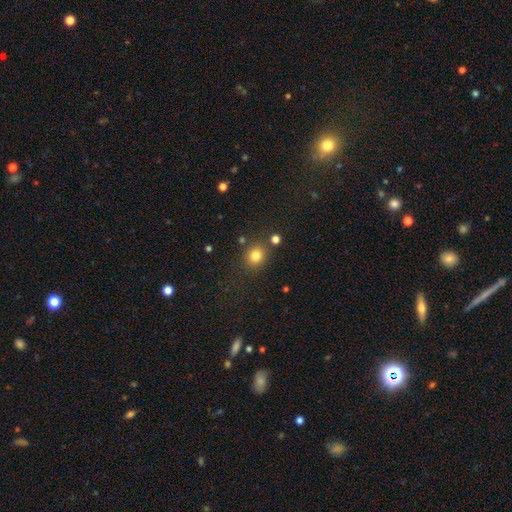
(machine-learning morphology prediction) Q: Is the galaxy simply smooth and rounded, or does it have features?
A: smooth — 81%.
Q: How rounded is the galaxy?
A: round — 77%.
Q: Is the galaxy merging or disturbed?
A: none — 81%.